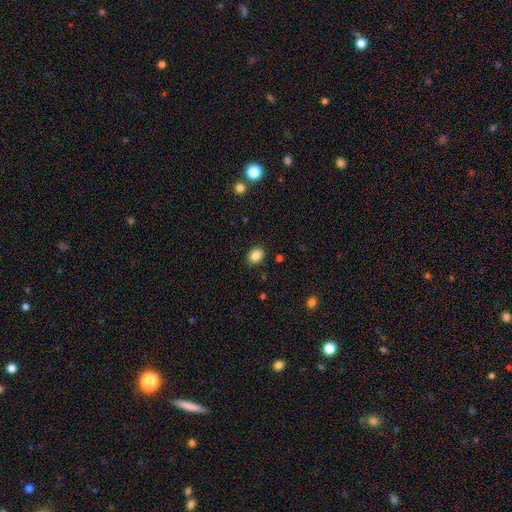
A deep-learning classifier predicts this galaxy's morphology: Smooth or featured? Predicted: smooth (p=0.86). How rounded? Predicted: in between (p=0.65). Merging? Predicted: none (p=0.87).